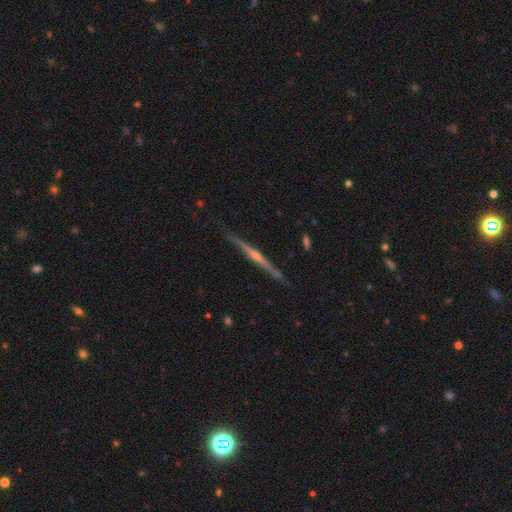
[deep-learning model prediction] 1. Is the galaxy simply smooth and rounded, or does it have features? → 83% featured or disk, 12% smooth, 6% star or artifact.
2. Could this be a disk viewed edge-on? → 98% yes, 2% no.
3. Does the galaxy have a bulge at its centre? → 80% rounded, 15% none, 6% boxy.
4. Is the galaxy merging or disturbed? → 86% none, 11% minor disturbance, 2% major disturbance, 1% merger.